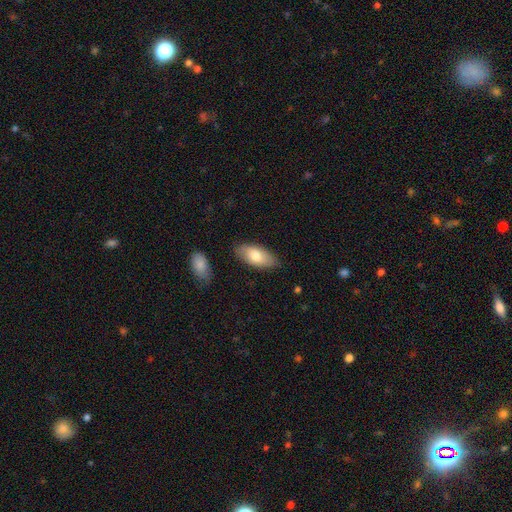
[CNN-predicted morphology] Overall: smooth (77%). How rounded: in between (90%). Merging: none (82%).